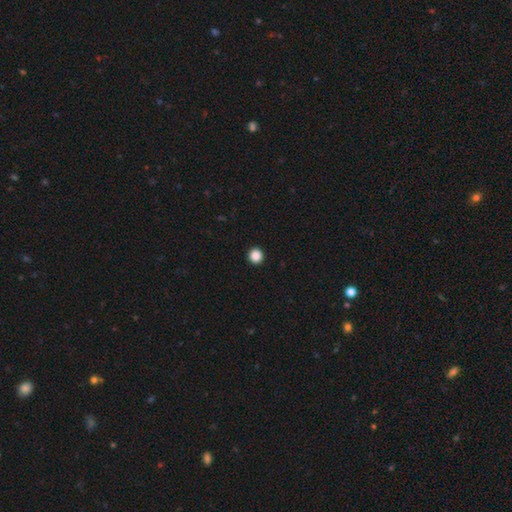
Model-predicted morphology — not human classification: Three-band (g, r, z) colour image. It shows a smooth galaxy with no disk features (87%) that is round (95%). Merging: none (94%).